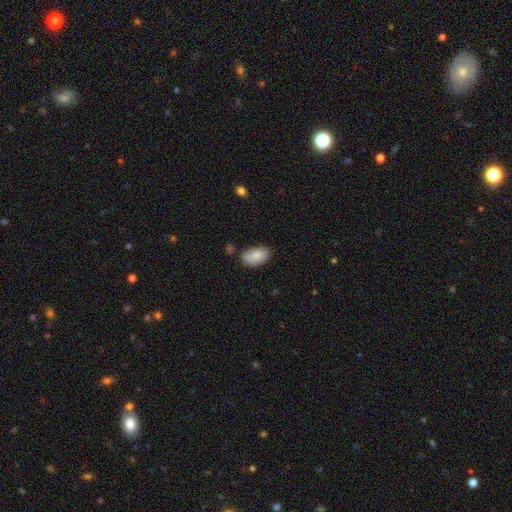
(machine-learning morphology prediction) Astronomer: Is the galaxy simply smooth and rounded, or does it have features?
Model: smooth — 86%.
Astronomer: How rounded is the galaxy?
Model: in between — 94%.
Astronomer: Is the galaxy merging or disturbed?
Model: none — 74%.